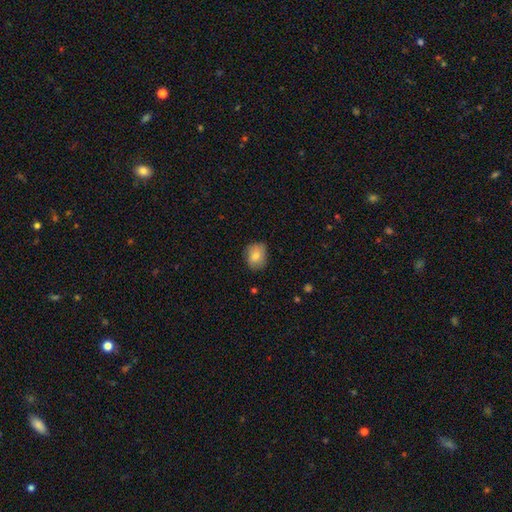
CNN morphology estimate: Q: Smooth or featured?
A: smooth (77%); runner-up: featured or disk (14%)
Q: How rounded?
A: round (52%); runner-up: in between (47%)
Q: Merging?
A: none (79%); runner-up: minor disturbance (17%)